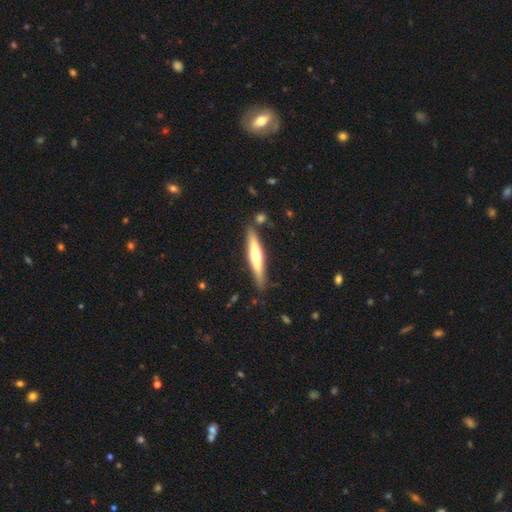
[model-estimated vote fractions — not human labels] This is possibly a featured or disk galaxy (52%). It is clearly viewed edge-on (94%). Merging: clearly none (84%).